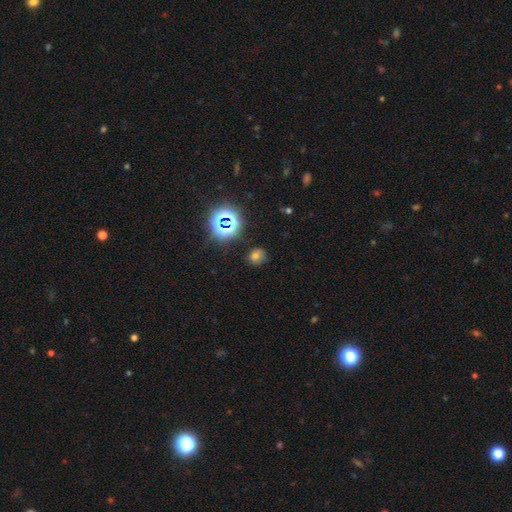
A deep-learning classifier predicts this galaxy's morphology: A smooth galaxy with no disk features (61%) that is round (66%). Merging: none (74%).